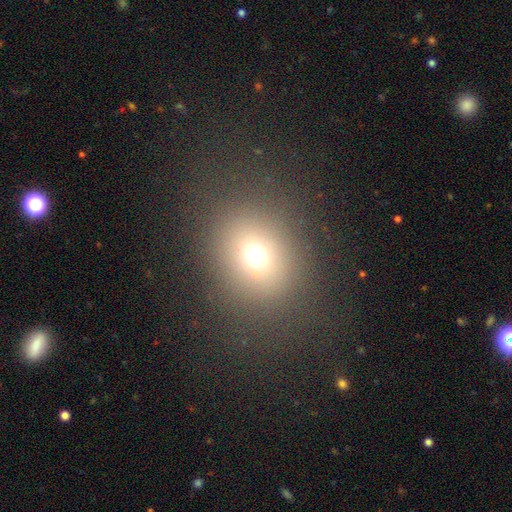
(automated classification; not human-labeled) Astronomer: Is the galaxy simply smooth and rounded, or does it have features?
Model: smooth — 69%.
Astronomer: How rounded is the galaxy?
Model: round — 70%.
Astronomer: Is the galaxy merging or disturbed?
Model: none — 79%.